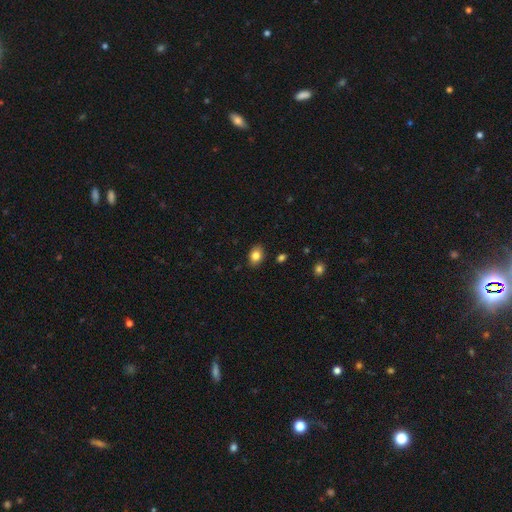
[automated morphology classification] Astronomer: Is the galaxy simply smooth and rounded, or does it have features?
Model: smooth — 83%.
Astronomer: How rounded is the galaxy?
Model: in between — 72%.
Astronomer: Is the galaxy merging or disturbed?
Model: none — 87%.